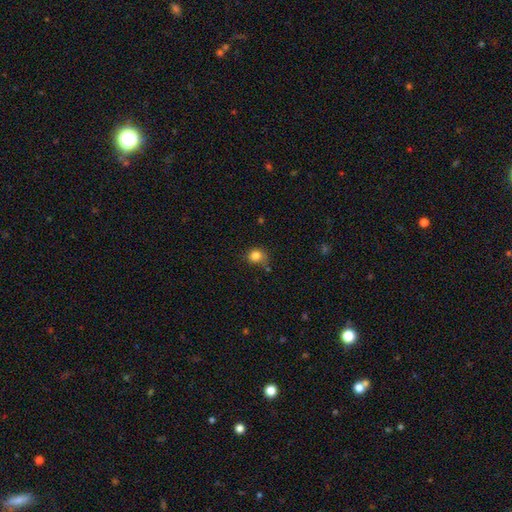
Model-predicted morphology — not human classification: smooth 83%, star or artifact 11%, featured or disk 6%. Down the decision tree: how rounded — round (77%); merging — none (62%).